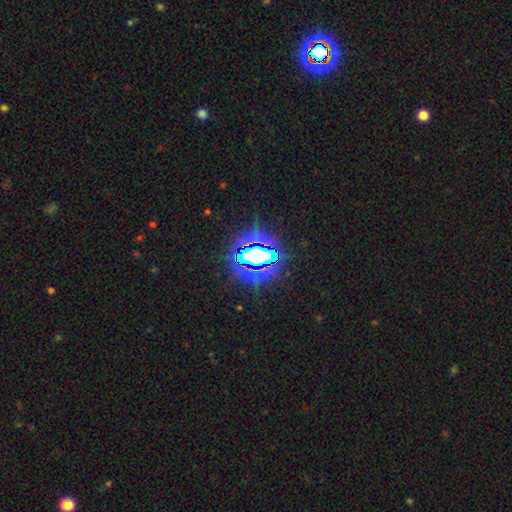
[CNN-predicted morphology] Smooth or featured? Predicted: star or artifact (p=0.73).